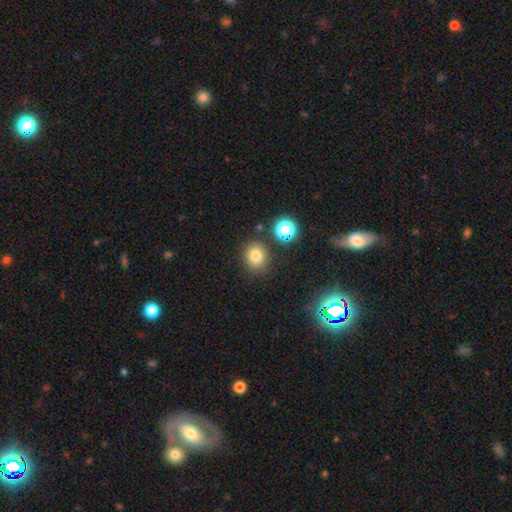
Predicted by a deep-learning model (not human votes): Smooth or featured? Predicted: smooth (p=0.77). How rounded? Predicted: round (p=0.77). Merging? Predicted: none (p=0.81).